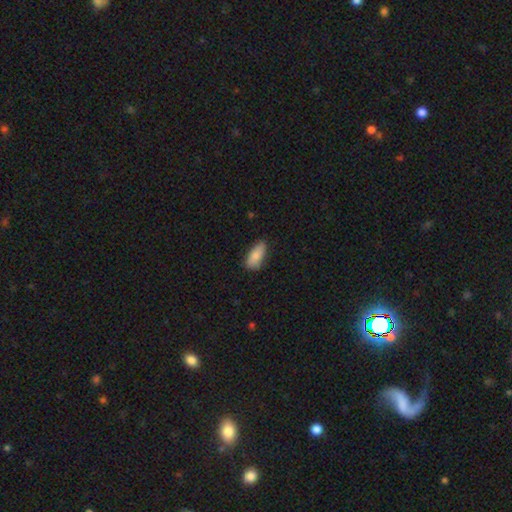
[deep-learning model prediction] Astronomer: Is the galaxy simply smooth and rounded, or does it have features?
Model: smooth — 84%.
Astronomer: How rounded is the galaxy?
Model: in between — 83%.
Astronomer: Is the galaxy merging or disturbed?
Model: none — 75%.